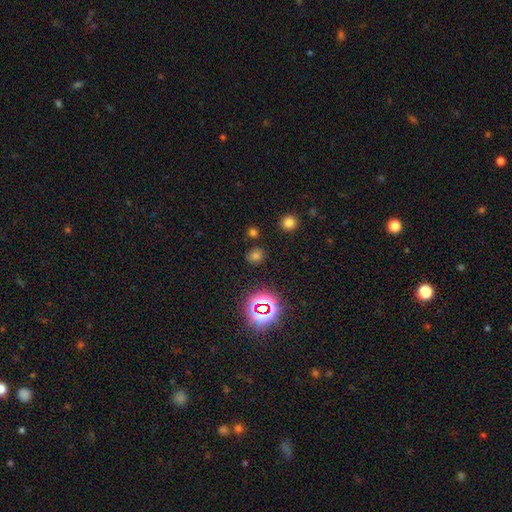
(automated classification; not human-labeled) This appears to be a smooth galaxy with no disk features (53%) that is round (73%). Merging: none (83%).